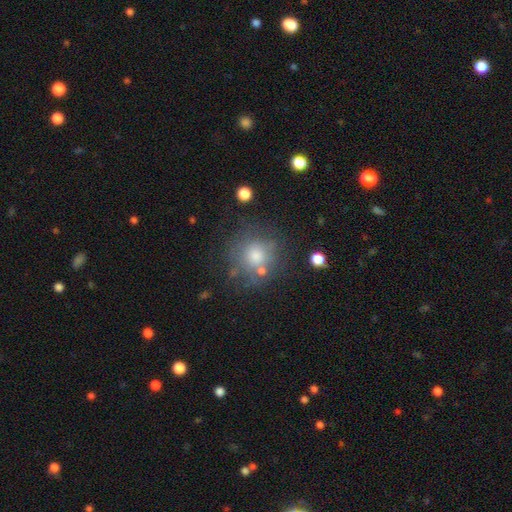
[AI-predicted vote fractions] Q: Smooth or featured?
A: smooth (68%); runner-up: featured or disk (18%)
Q: How rounded?
A: round (90%); runner-up: in between (9%)
Q: Merging?
A: none (68%); runner-up: minor disturbance (16%)